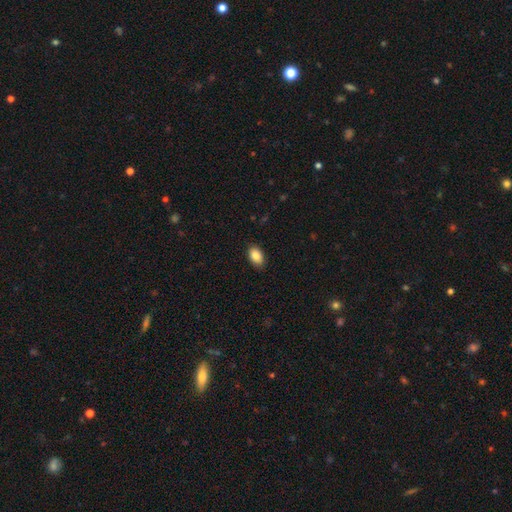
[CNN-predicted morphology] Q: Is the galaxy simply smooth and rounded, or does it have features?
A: smooth — 88%.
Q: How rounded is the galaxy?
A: in between — 91%.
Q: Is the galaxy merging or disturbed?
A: none — 88%.